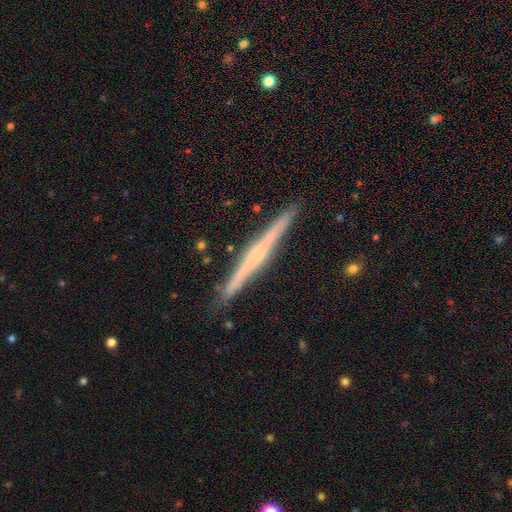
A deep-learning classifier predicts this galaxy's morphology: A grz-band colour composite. It shows a featured or disk galaxy (73%) viewed edge-on (98%) with a rounded central bulge (44%). Merging: none (91%).